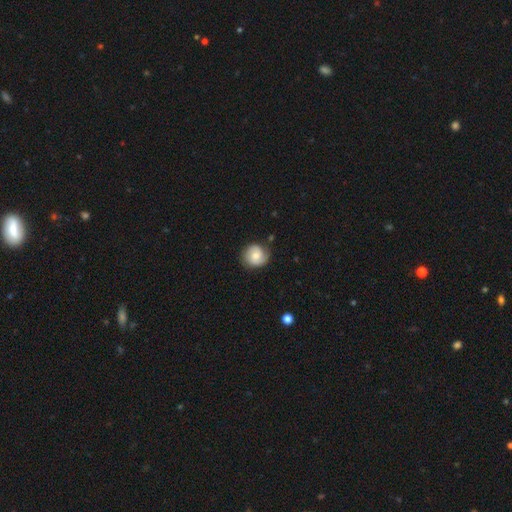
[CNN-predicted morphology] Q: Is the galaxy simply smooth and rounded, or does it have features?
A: smooth — 50%.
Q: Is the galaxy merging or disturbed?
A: none — 75%.